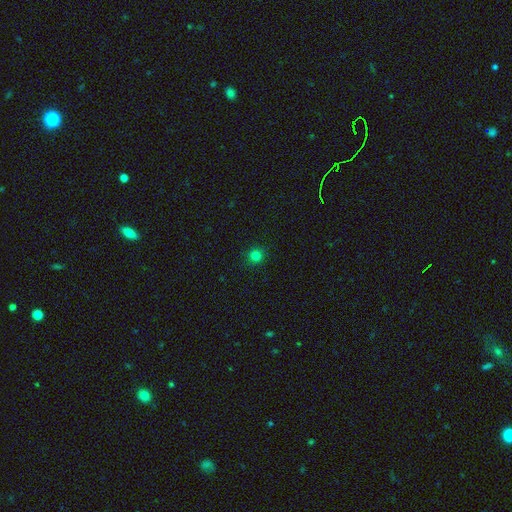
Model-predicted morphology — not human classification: smooth 80%, star or artifact 16%, featured or disk 4%. Down the decision tree: how rounded — round (93%); merging — none (91%).